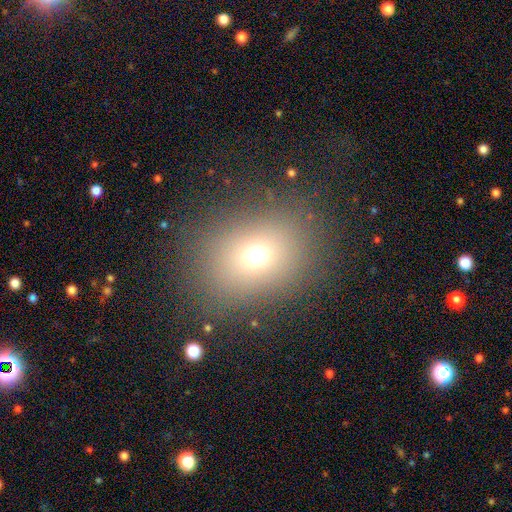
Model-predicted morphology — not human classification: type=smooth (68%); roundness=in between (51%); merging=none (83%).